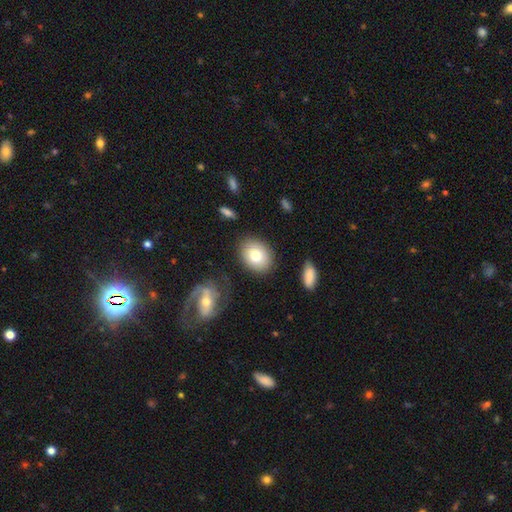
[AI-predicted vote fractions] The model was most divided on "how rounded": in between: 61%, round: 38%, cigar-shaped: 1%. More confident: merging — none (81%); smooth or featured — smooth (78%).